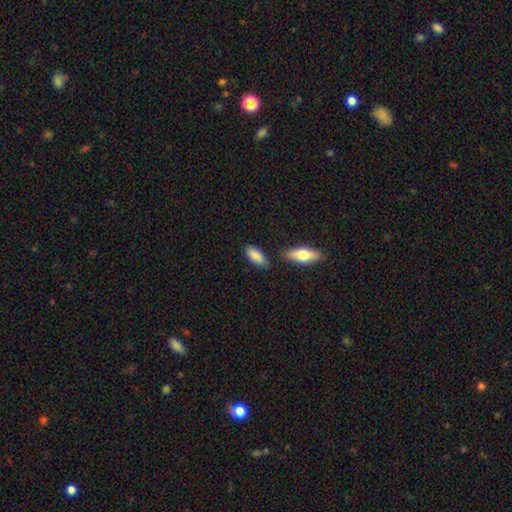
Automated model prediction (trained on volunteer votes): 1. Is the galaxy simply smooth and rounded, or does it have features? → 87% smooth, 7% featured or disk, 6% star or artifact.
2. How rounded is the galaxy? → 82% in between, 16% cigar-shaped, 2% round.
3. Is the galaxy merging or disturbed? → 72% none, 16% minor disturbance, 9% merger, 4% major disturbance.